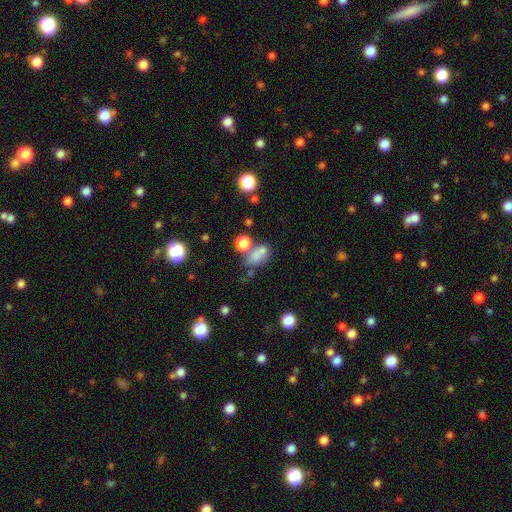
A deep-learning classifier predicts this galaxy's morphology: This is likely a smooth galaxy (70%). How rounded: likely in between (67%). Merging: marginally none (37%, tied with merger).